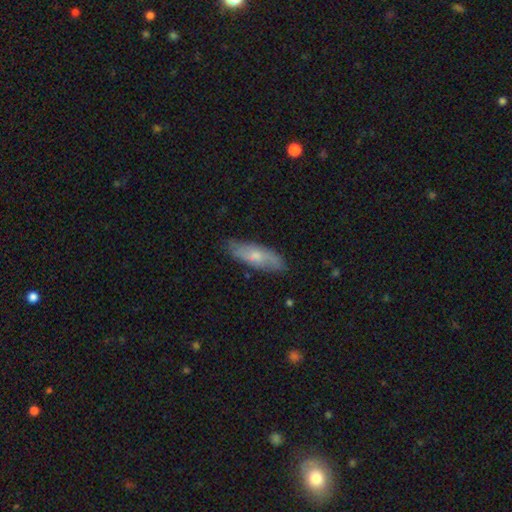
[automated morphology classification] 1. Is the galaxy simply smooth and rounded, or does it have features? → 56% smooth, 38% featured or disk, 6% star or artifact.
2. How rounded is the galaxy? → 56% in between, 42% cigar-shaped, 2% round.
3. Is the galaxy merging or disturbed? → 78% none, 17% minor disturbance, 3% major disturbance, 1% merger.